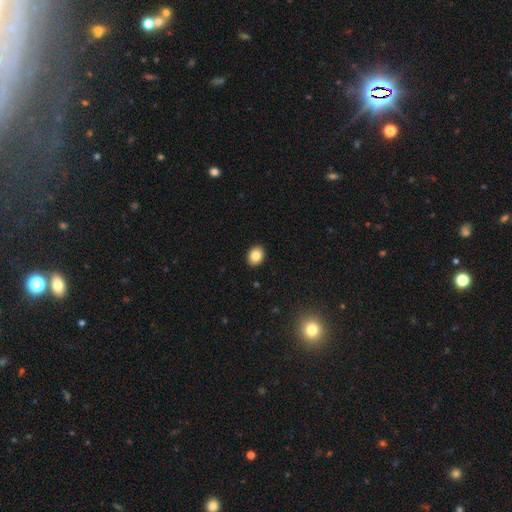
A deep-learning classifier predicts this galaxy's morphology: Overall: smooth (83%). How rounded: in between (53%; round 46%). Merging: none (92%).